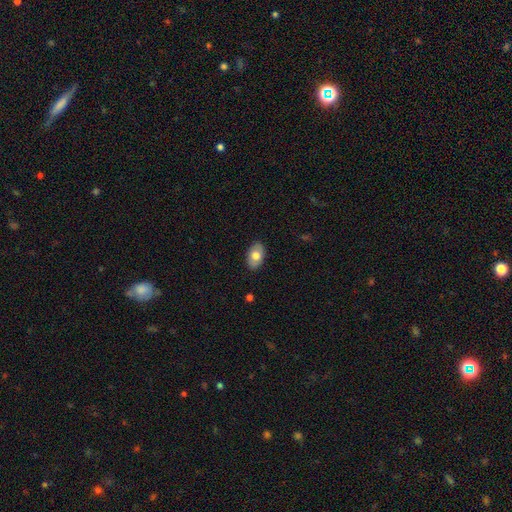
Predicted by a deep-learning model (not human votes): Smooth or featured?
  - smooth: 72% *
  - featured or disk: 22%
  - star or artifact: 6%
How rounded?
  - in between: 91% *
  - round: 8%
  - cigar-shaped: 1%
Merging?
  - none: 88% *
  - minor disturbance: 9%
  - major disturbance: 2%
  - merger: 1%